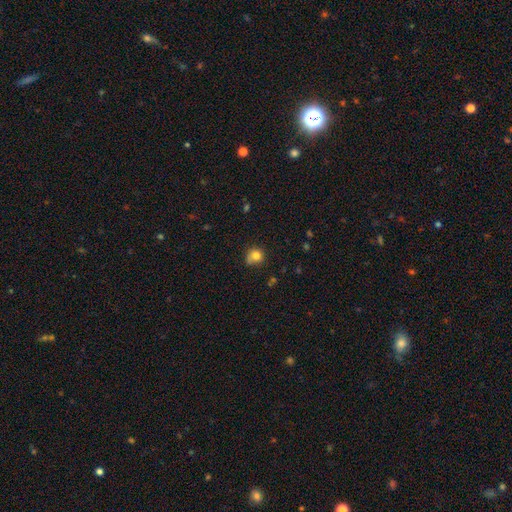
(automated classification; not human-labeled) A smooth galaxy with no disk features (80%) that is round (83%). Merging: none (61%).